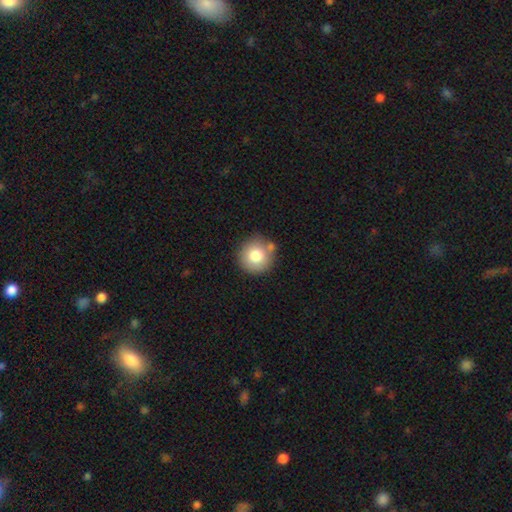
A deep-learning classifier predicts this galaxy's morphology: This is likely a smooth galaxy (79%). How rounded: clearly round (93%). Merging: likely none (73%).